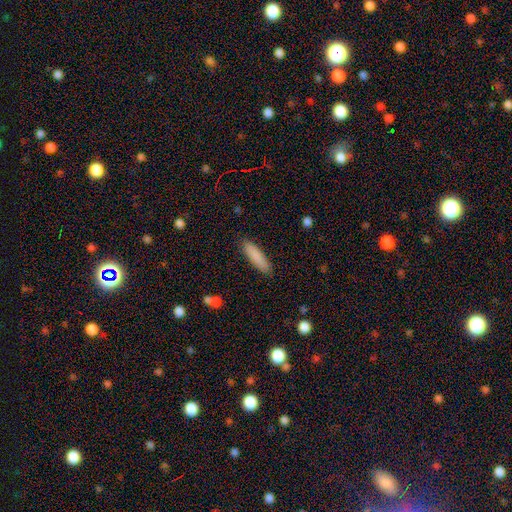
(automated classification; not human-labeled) Overall: smooth (86%). How rounded: cigar-shaped (73%). Merging: none (89%).